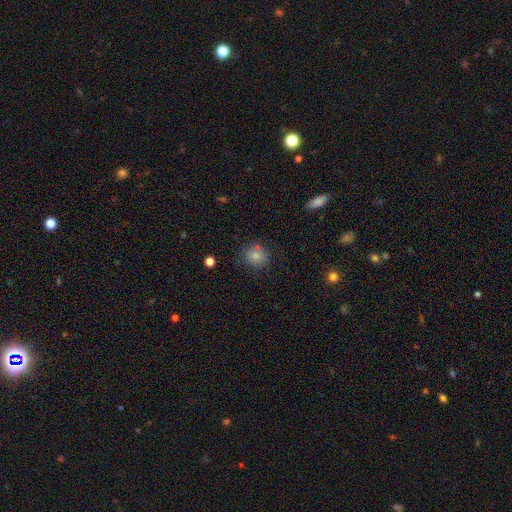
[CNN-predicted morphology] The model was most divided on "smooth or featured": smooth: 80%, star or artifact: 12%, featured or disk: 9%. More confident: how rounded — round (84%); merging — none (80%).